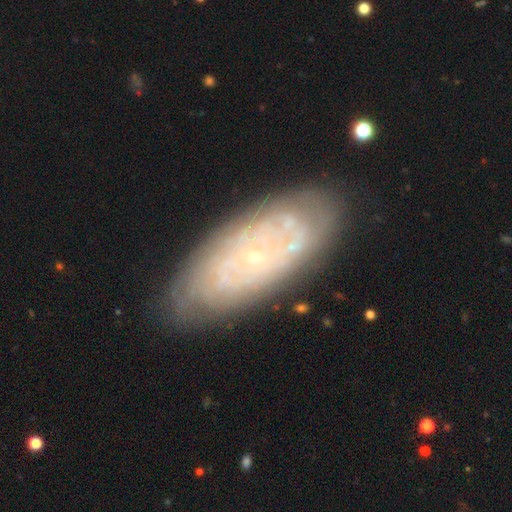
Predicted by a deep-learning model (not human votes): Smooth or featured? featured or disk (76%)
Edge-on disk? no (91%)
Bar? no (77%)
Spiral arms? yes (85%)
Spiral winding? tight (75%)
Spiral arm count? can't tell (57%)
Bulge size? small (86%)
Merging? none (80%)